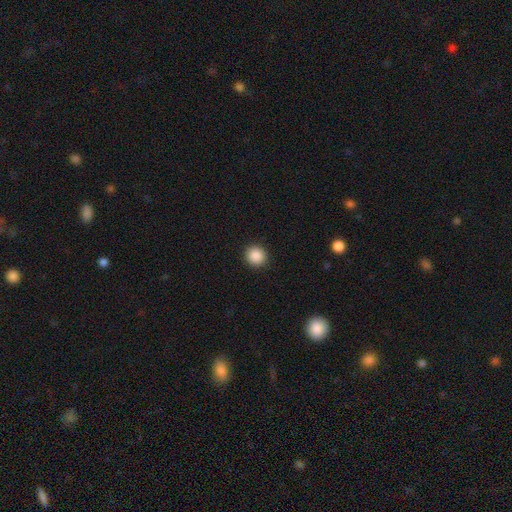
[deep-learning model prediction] Morphology: type=smooth (89%); roundness=round (90%); merging=none (92%).